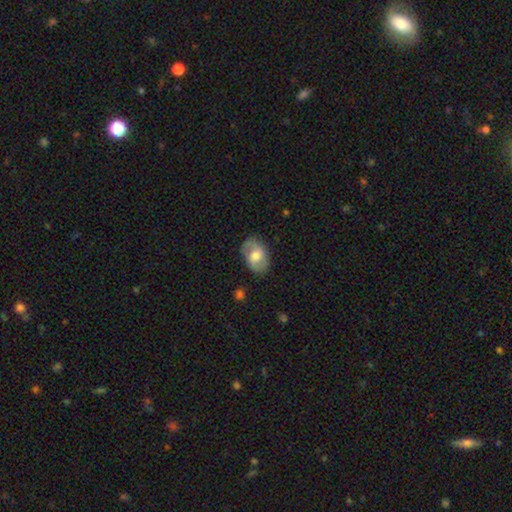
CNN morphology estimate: type=smooth (54%); roundness=in between (84%); merging=none (76%).